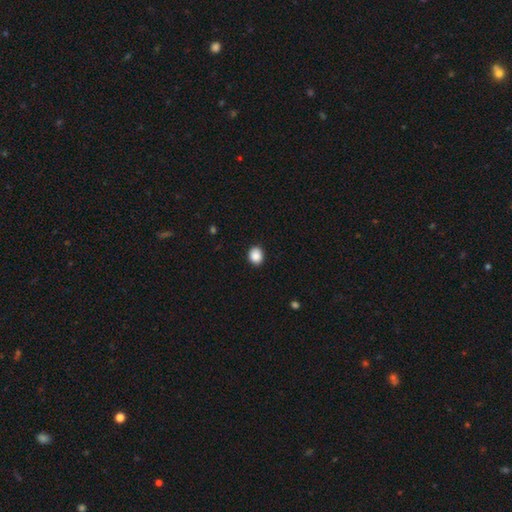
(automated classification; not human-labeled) A smooth galaxy with no disk features (88%) that is round (62%).

Vote fractions:
- Smooth or featured? smooth: 88% / star or artifact: 9% / featured or disk: 3%
- How rounded? round: 62% / in between: 37% / cigar-shaped: 1%
- Merging? none: 90% / minor disturbance: 8% / major disturbance: 2% / merger: 1%